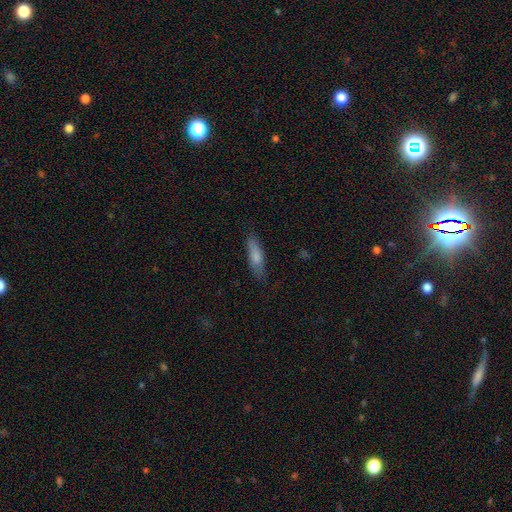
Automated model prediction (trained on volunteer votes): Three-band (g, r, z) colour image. It shows a smooth galaxy with no disk features (75%) that is cigar-shaped (58%). Merging: none (77%).